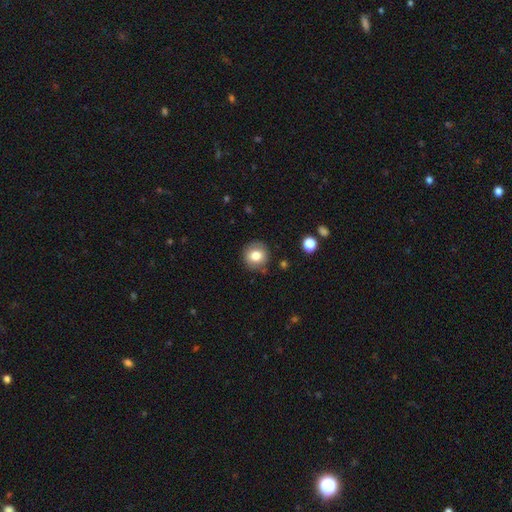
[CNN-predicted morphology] Smooth or featured? Predicted: smooth (p=0.79). How rounded? Predicted: round (p=0.89). Merging? Predicted: none (p=0.85).